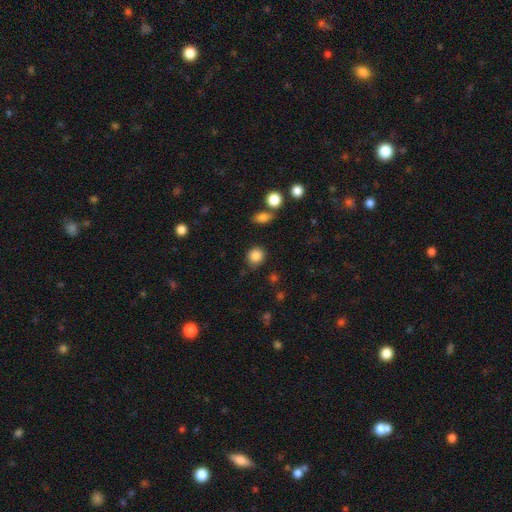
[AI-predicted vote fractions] Smooth or featured? smooth (86%)
How rounded? round (82%)
Merging? none (79%)